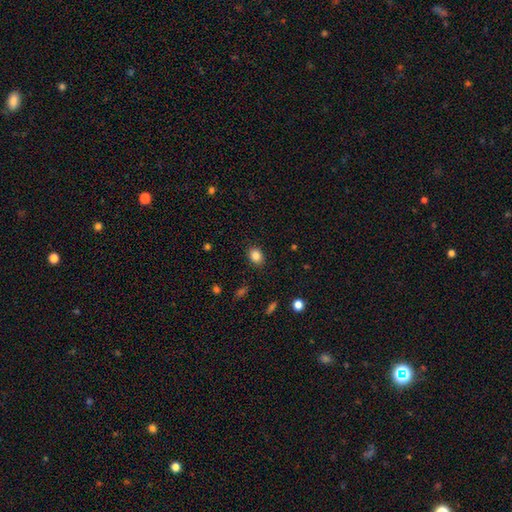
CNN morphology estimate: Smooth or featured? smooth (84%)
How rounded? in between (60%)
Merging? none (88%)